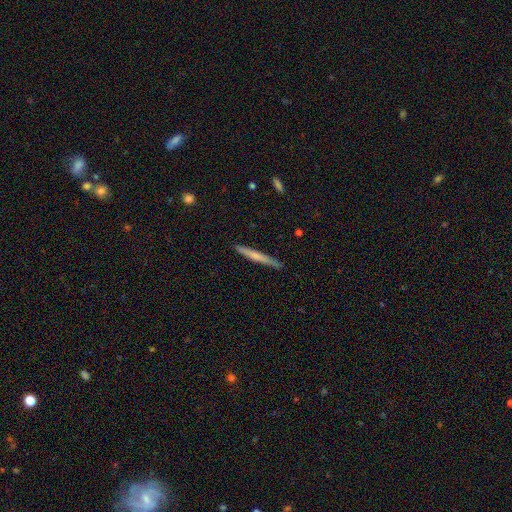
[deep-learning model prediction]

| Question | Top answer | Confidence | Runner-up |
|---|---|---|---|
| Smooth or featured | smooth | 56% | featured or disk (38%) |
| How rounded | cigar-shaped | 96% | in between (2%) |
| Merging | none | 89% | minor disturbance (8%) |